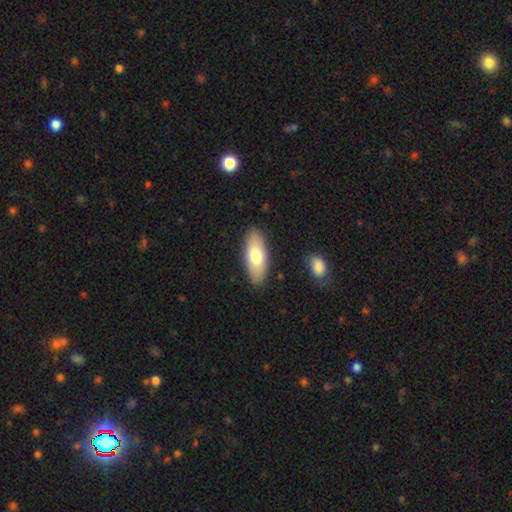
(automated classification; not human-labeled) Smooth or featured? Predicted: smooth (p=0.72). How rounded? Predicted: in between (p=0.81). Merging? Predicted: none (p=0.87).